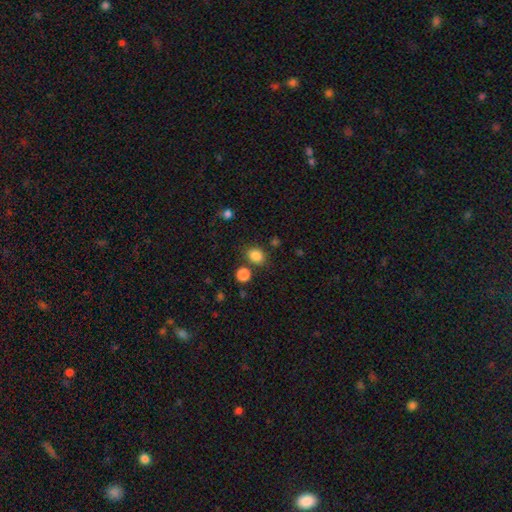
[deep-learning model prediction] Overall: smooth (84%). How rounded: round (58%; in between 41%). Merging: none (77%).